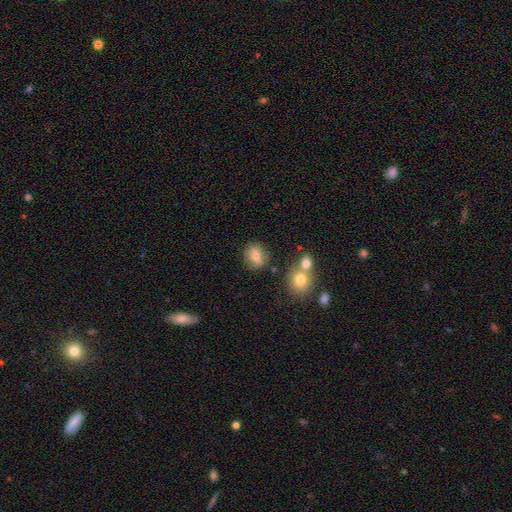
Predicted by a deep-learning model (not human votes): Smooth or featured: smooth — 75% (featured or disk — 15%)
How rounded: round — 56% (in between — 41%)
Merging: none — 79% (minor disturbance — 11%)